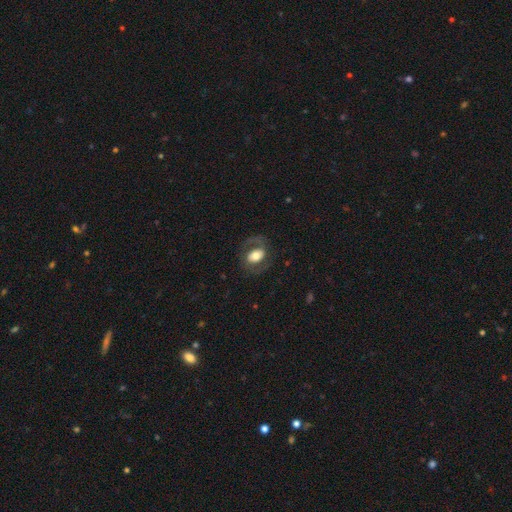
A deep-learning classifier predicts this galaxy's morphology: Overall: featured or disk (52%; smooth 41%). Edge-on disk: no (95%). Merging: none (71%).